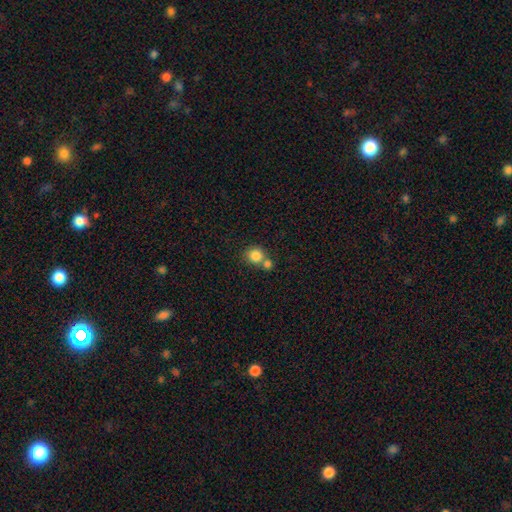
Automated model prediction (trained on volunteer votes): The model was most divided on "merging": none: 47%, merger: 43%, minor disturbance: 7%, major disturbance: 3%. More confident: how rounded — round (87%); smooth or featured — smooth (83%).